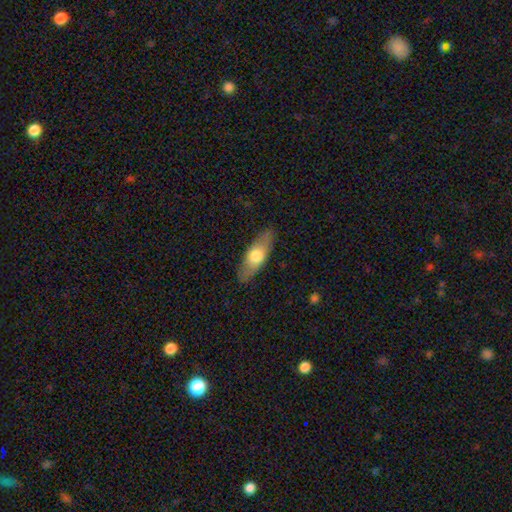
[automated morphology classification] Smooth or featured?
  - smooth: 60% *
  - featured or disk: 35%
  - star or artifact: 5%
How rounded?
  - in between: 63% *
  - cigar-shaped: 34%
  - round: 3%
Merging?
  - none: 85% *
  - minor disturbance: 11%
  - major disturbance: 2%
  - merger: 1%